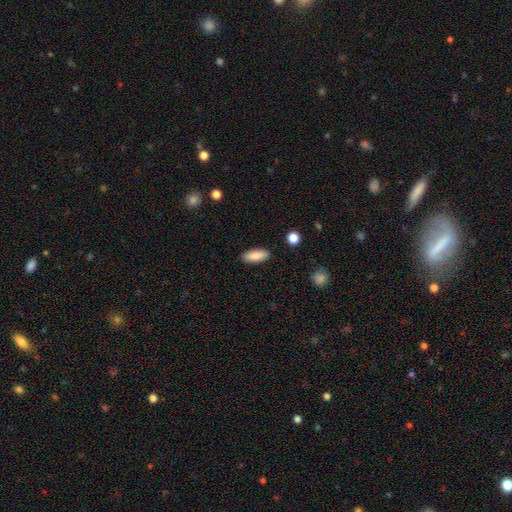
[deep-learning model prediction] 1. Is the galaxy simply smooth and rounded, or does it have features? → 85% smooth, 8% featured or disk, 7% star or artifact.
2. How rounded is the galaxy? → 76% in between, 21% cigar-shaped, 2% round.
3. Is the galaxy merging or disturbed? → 89% none, 8% minor disturbance, 2% major disturbance, 1% merger.